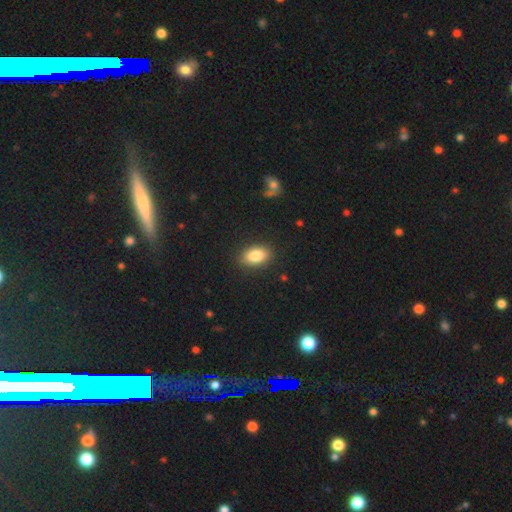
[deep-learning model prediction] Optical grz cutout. It shows a smooth galaxy with no disk features (85%) that is in between round and cigar-shaped (89%). Merging: none (87%).